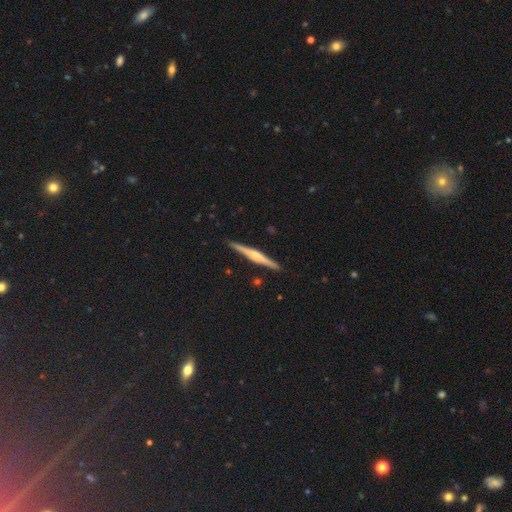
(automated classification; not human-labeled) featured or disk 76%, smooth 19%, star or artifact 5%. Down the decision tree: edge-on disk — yes (98%); edge-on bulge — rounded (80%); merging — none (91%).